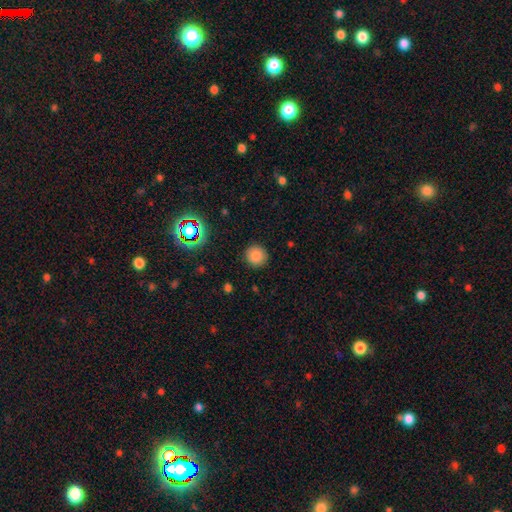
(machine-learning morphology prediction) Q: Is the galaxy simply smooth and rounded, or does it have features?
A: smooth — 83%.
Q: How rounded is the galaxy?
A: round — 95%.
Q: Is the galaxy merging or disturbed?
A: none — 91%.